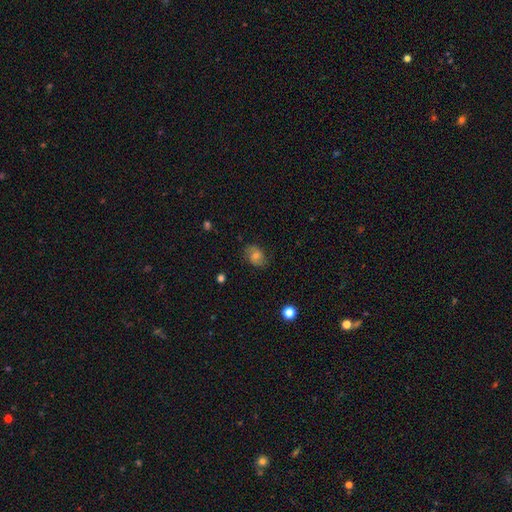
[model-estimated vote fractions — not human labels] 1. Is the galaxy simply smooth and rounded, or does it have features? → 50% featured or disk, 36% smooth, 14% star or artifact.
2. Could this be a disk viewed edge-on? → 96% no, 4% yes.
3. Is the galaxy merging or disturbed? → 77% none, 16% minor disturbance, 5% major disturbance, 1% merger.